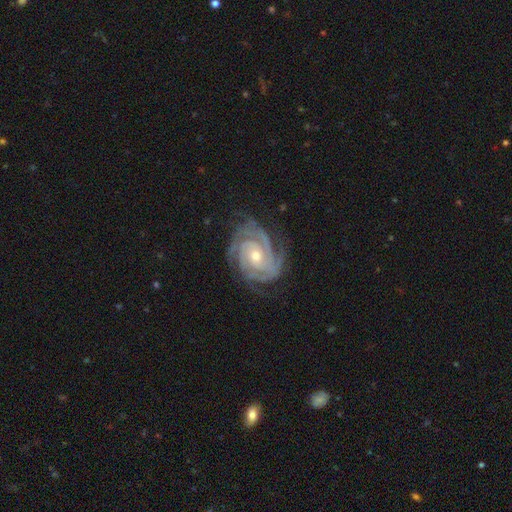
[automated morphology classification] Smooth or featured? featured or disk (92%)
Edge-on disk? no (97%)
Bar? no (68%)
Spiral arms? yes (98%)
Spiral winding? tight (78%)
Spiral arm count? 3 (35%)
Bulge size? moderate (59%)
Merging? none (77%)